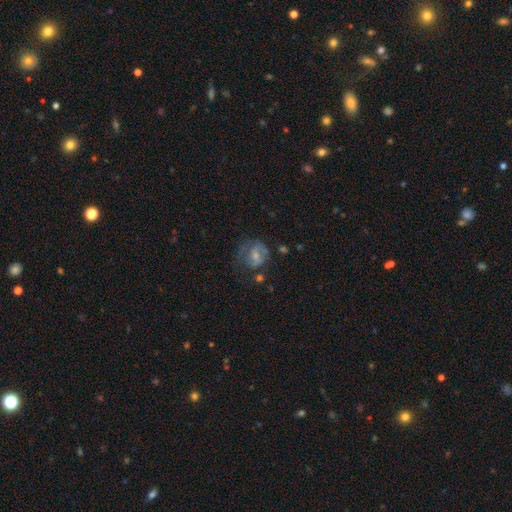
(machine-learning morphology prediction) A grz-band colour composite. It shows a featured or disk galaxy (47%). Merging: none (43%).